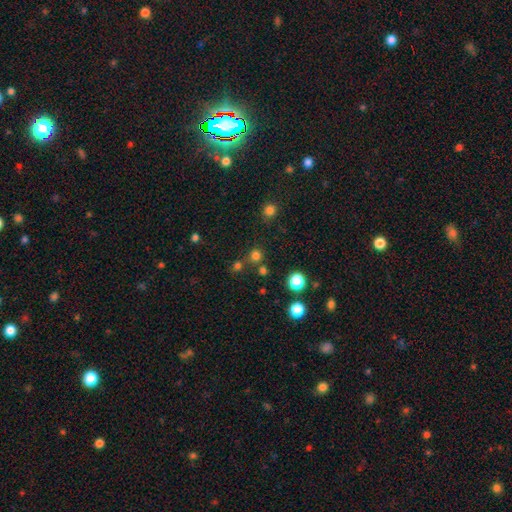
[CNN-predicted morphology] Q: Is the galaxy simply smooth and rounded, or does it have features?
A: smooth — 71%.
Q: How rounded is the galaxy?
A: round — 90%.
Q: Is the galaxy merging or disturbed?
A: none — 73%.